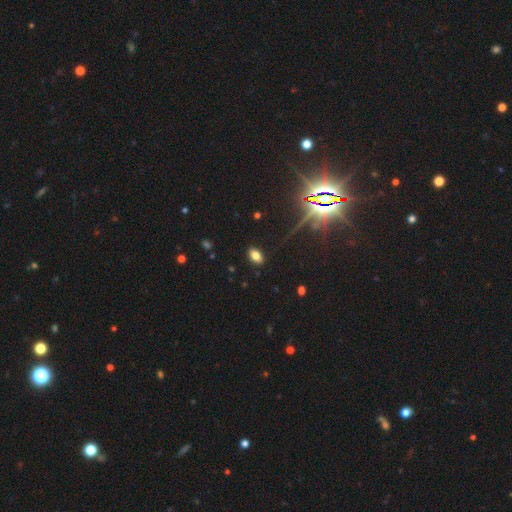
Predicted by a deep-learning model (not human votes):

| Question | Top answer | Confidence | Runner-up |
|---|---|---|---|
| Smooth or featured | smooth | 77% | star or artifact (14%) |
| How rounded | in between | 90% | round (7%) |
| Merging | none | 89% | minor disturbance (8%) |